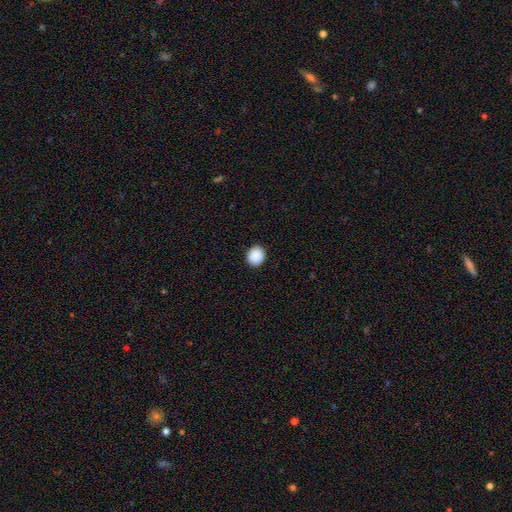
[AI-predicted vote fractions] This is clearly a smooth galaxy (90%). How rounded: clearly round (85%). Merging: clearly none (92%).